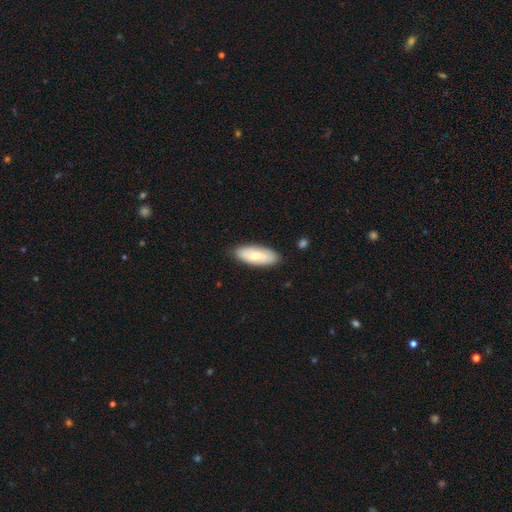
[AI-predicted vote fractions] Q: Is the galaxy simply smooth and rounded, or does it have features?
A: smooth — 66%.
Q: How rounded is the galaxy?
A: in between — 83%.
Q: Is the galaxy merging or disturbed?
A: none — 85%.